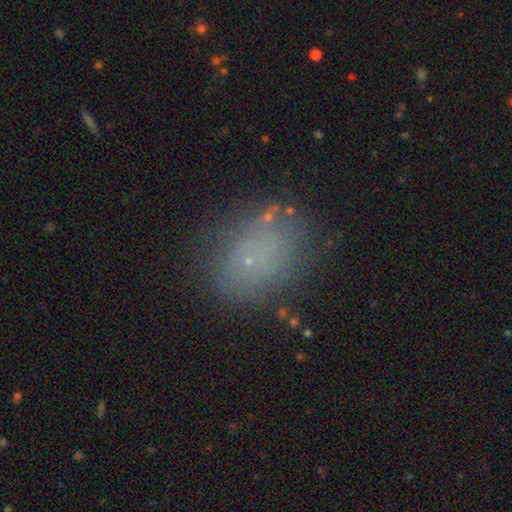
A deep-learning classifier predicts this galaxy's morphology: This is likely a smooth galaxy (64%). How rounded: likely in between (72%). Merging: likely none (73%).